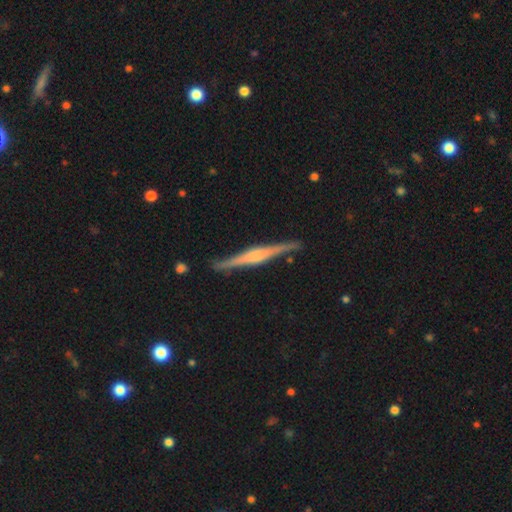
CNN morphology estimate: type=featured or disk (77%); edge-on=yes (98%); edge-on bulge=rounded (53%); merging=none (87%).